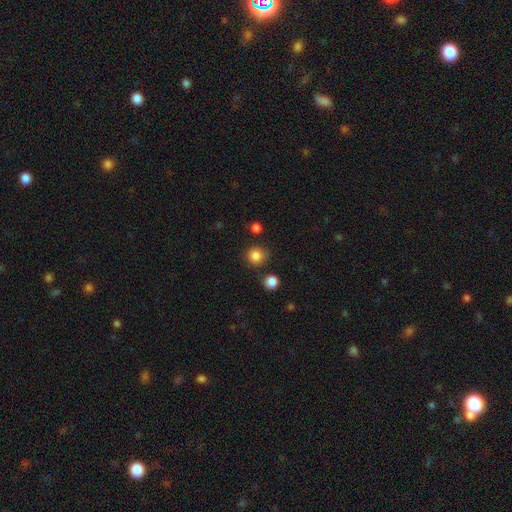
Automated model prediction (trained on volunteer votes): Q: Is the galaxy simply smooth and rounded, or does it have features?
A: smooth — 85%.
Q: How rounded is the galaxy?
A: round — 90%.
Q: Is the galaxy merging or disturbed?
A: none — 82%.